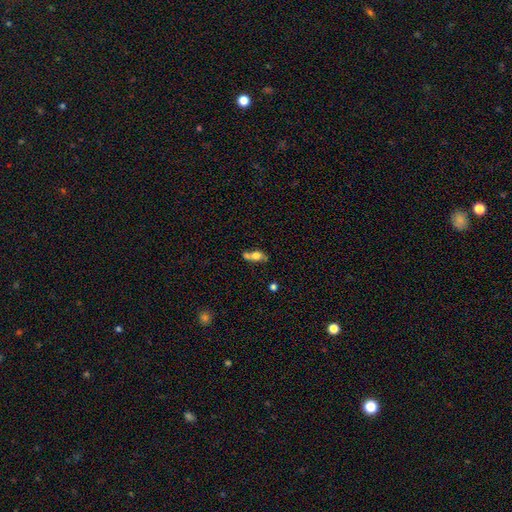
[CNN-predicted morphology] smooth_or_featured: smooth (p=0.64) [alt: featured or disk p=0.26]
how_rounded: in between (p=0.69) [alt: round p=0.20]
merging: merger (p=0.41) [alt: none p=0.36]